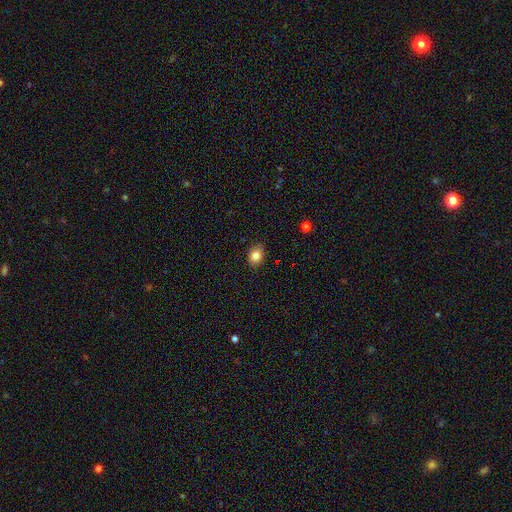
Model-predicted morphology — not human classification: type=smooth (82%); roundness=in between (57%); merging=none (86%).